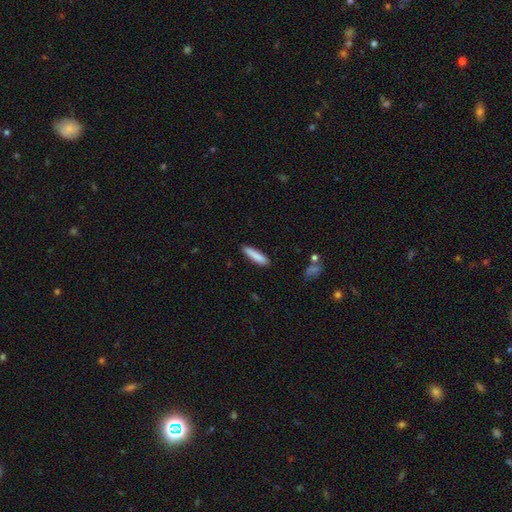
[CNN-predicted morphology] Smooth or featured: smooth — 86% (featured or disk — 8%)
How rounded: cigar-shaped — 85% (in between — 14%)
Merging: none — 87% (minor disturbance — 10%)